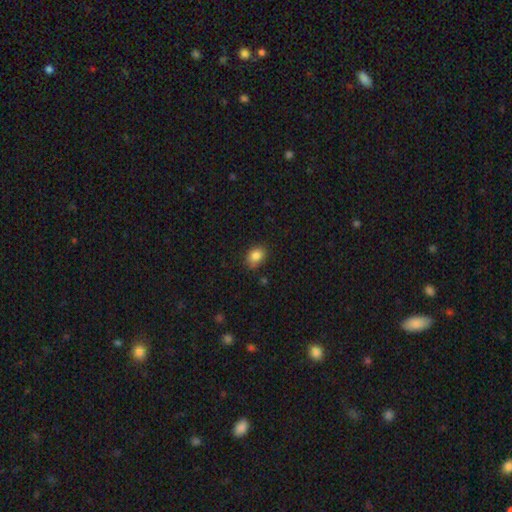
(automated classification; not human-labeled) Q: Smooth or featured?
A: smooth (86%); runner-up: star or artifact (9%)
Q: How rounded?
A: in between (65%); runner-up: round (34%)
Q: Merging?
A: none (78%); runner-up: minor disturbance (17%)